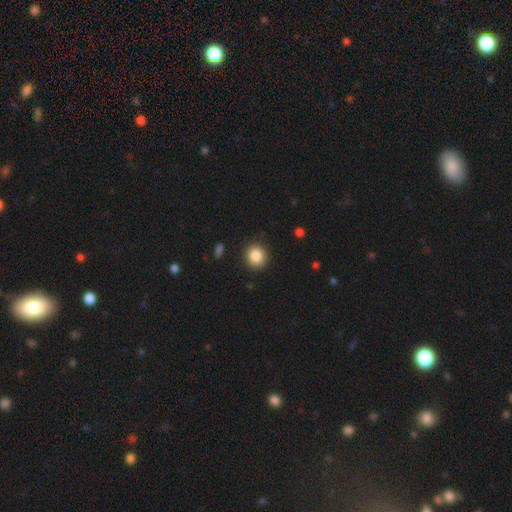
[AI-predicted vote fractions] Smooth or featured?
  - smooth: 86% *
  - star or artifact: 9%
  - featured or disk: 5%
How rounded?
  - round: 86% *
  - in between: 13%
  - cigar-shaped: 1%
Merging?
  - none: 90% *
  - minor disturbance: 7%
  - major disturbance: 2%
  - merger: 1%